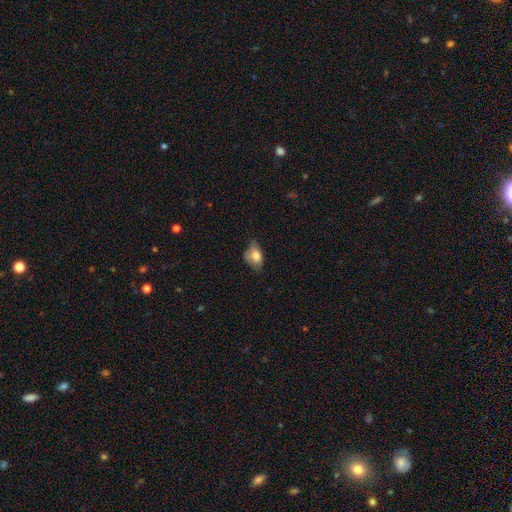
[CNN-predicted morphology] A smooth galaxy with no disk features (75%) that is in between round and cigar-shaped (79%).

Vote fractions:
- Smooth or featured? smooth: 75% / featured or disk: 16% / star or artifact: 9%
- How rounded? in between: 79% / round: 19% / cigar-shaped: 2%
- Merging? minor disturbance: 42% / none: 35% / major disturbance: 20% / merger: 3%